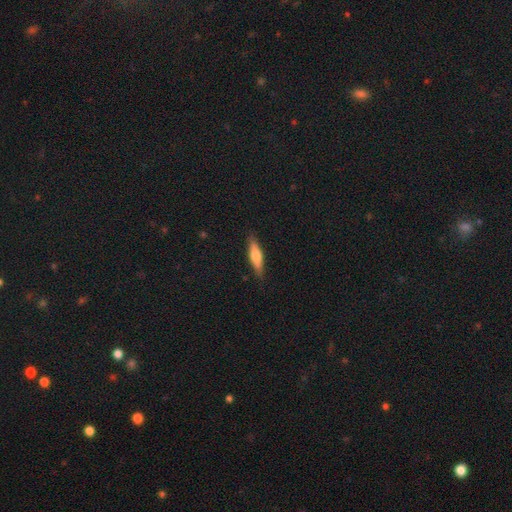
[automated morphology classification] smooth 57%, featured or disk 37%, star or artifact 6%. Down the decision tree: how rounded — cigar-shaped (71%); merging — none (86%).